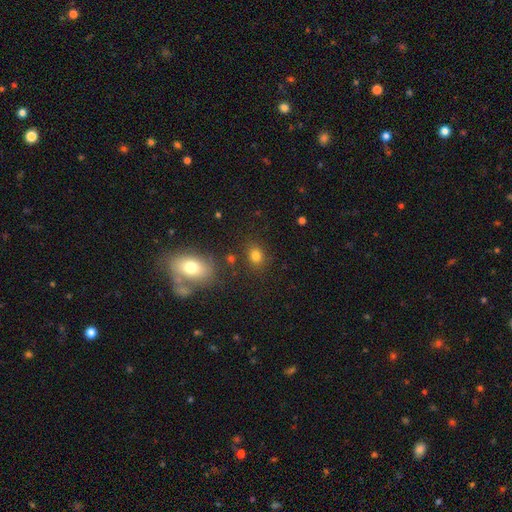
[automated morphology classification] Smooth or featured: smooth — 80% (star or artifact — 13%)
How rounded: in between — 50% (round — 48%)
Merging: none — 81% (minor disturbance — 10%)